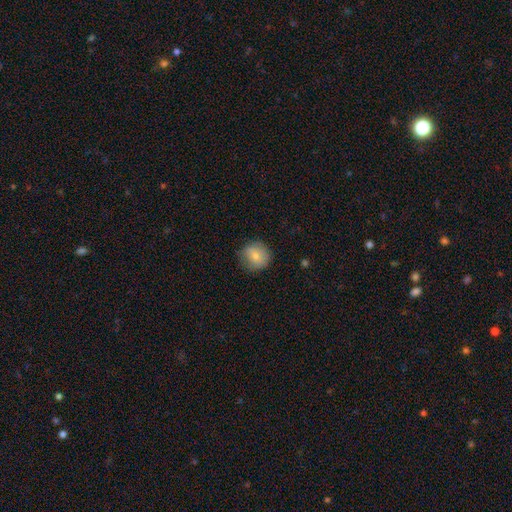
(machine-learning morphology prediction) A smooth galaxy with no disk features (76%) that is round (90%).

Vote fractions:
- Smooth or featured? smooth: 76% / featured or disk: 15% / star or artifact: 9%
- How rounded? round: 90% / in between: 9% / cigar-shaped: 1%
- Merging? none: 84% / minor disturbance: 12% / major disturbance: 3% / merger: 1%